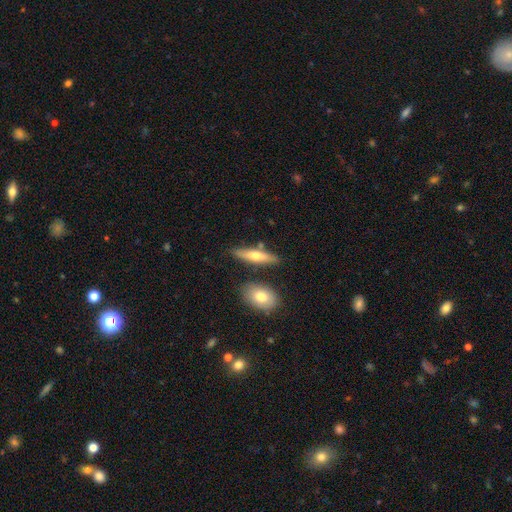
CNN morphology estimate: A smooth galaxy with no disk features (53%) that is cigar-shaped (66%). Merging: none (78%).